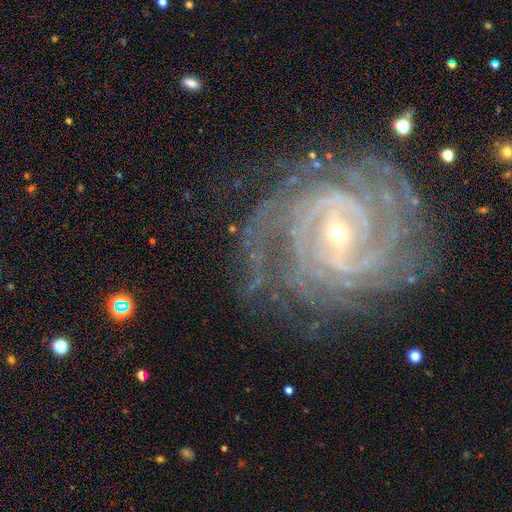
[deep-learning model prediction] Smooth or featured: featured or disk — 91% (star or artifact — 6%)
Edge-on disk: no — 97% (yes — 3%)
Bar: weak — 42% (strong — 36%)
Spiral arms: yes — 98% (no — 2%)
Spiral winding: tight — 77% (medium — 20%)
Spiral arm count: 4 — 22% (can't tell — 21%)
Bulge size: small — 74% (moderate — 23%)
Merging: none — 74% (minor disturbance — 16%)